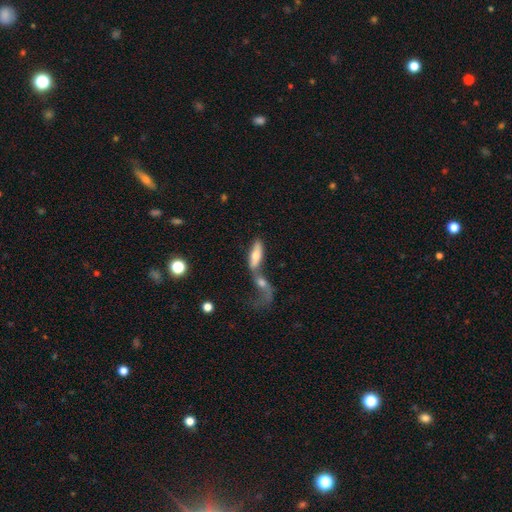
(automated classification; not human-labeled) smooth 58%, featured or disk 34%, star or artifact 8%. Down the decision tree: how rounded — in between (56%); merging — merger (65%).